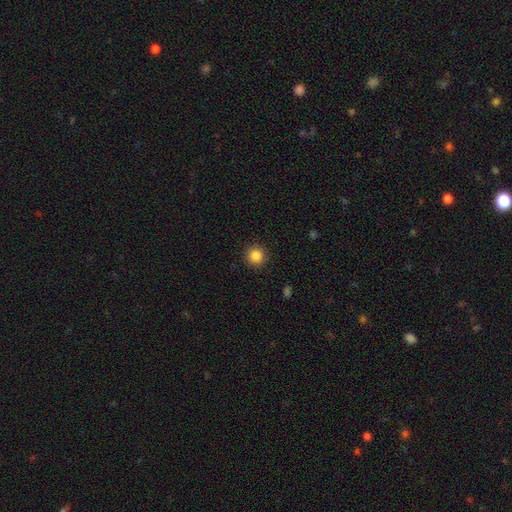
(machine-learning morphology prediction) type=smooth (86%); roundness=round (94%); merging=none (91%).